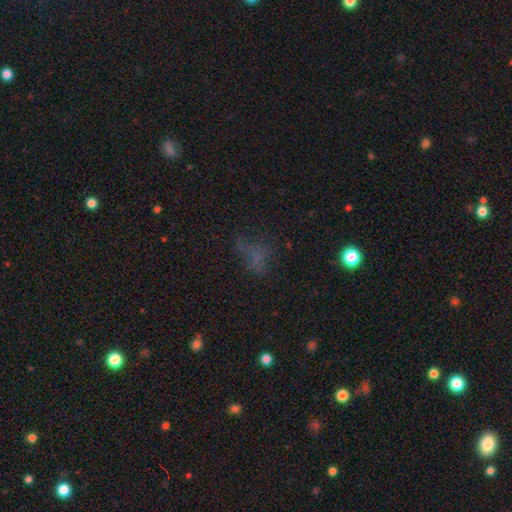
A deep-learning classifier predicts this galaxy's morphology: type=smooth (46%); merging=none (46%).